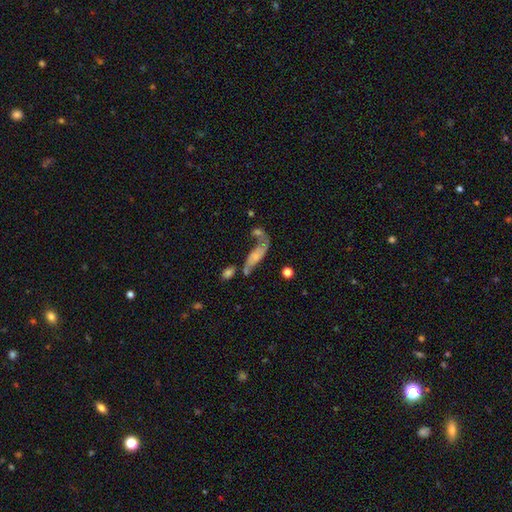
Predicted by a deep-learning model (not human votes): Smooth or featured?
  - featured or disk: 58% *
  - smooth: 34%
  - star or artifact: 9%
Edge-on disk?
  - no: 85% *
  - yes: 15%
Merging?
  - none: 32% *
  - merger: 29%
  - major disturbance: 20%
  - minor disturbance: 19%